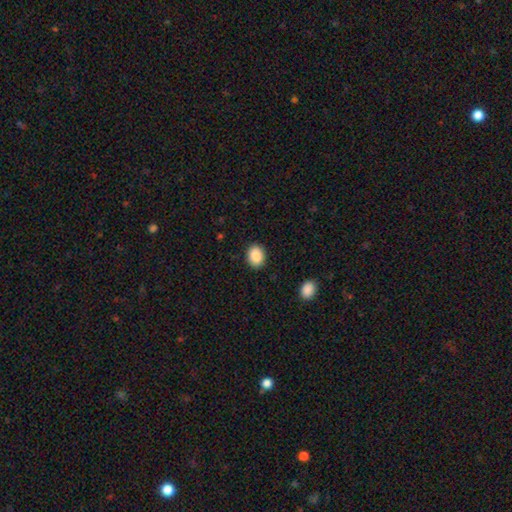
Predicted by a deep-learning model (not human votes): Morphology: type=smooth (88%); roundness=in between (61%); merging=none (89%).